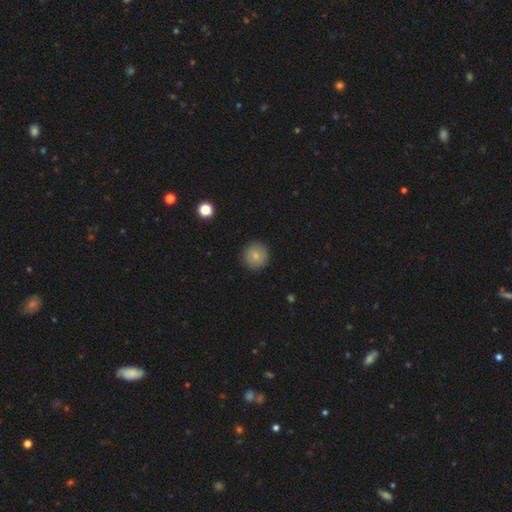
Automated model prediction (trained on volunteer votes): Smooth or featured? Predicted: smooth (p=0.81). How rounded? Predicted: round (p=0.95). Merging? Predicted: none (p=0.91).